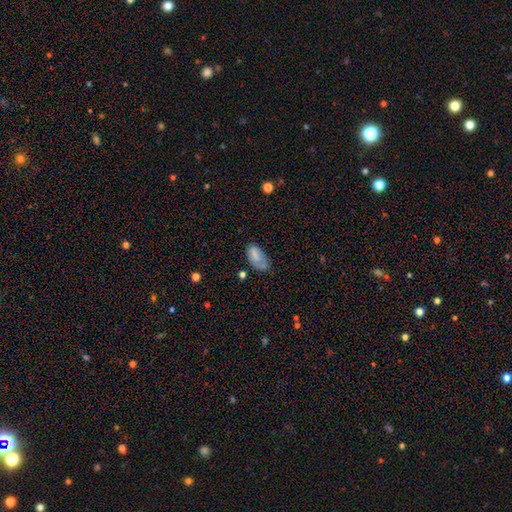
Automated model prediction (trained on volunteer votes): Morphology: type=smooth (75%); roundness=in between (93%); merging=none (51%).